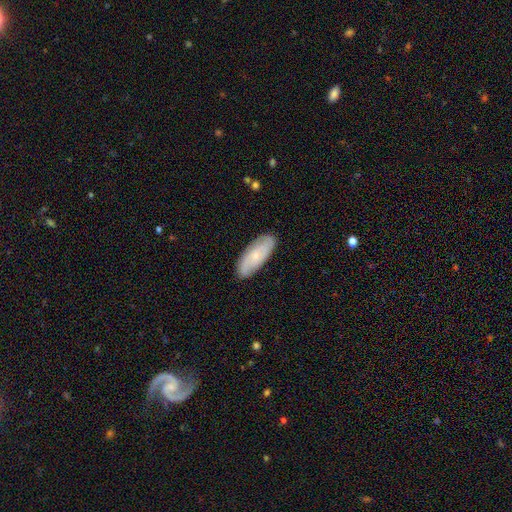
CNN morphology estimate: type=smooth (48%); merging=none (85%).